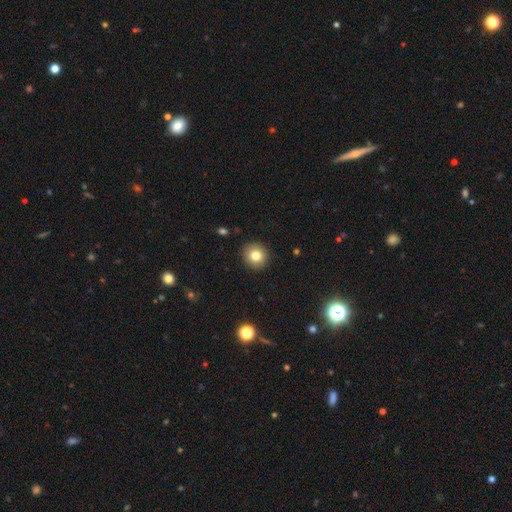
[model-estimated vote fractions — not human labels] smooth-or-featured: smooth: 79% | star or artifact: 11% | featured or disk: 10%
  how-rounded: round: 89% | in between: 10% | cigar-shaped: 1%
  merging: none: 91% | minor disturbance: 6% | major disturbance: 2% | merger: 1%